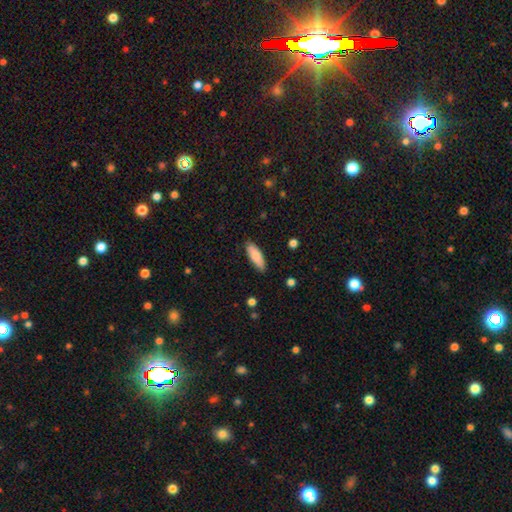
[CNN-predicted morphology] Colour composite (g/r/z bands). It shows a smooth galaxy with no disk features (82%) that is in between round and cigar-shaped (60%). Merging: none (85%).